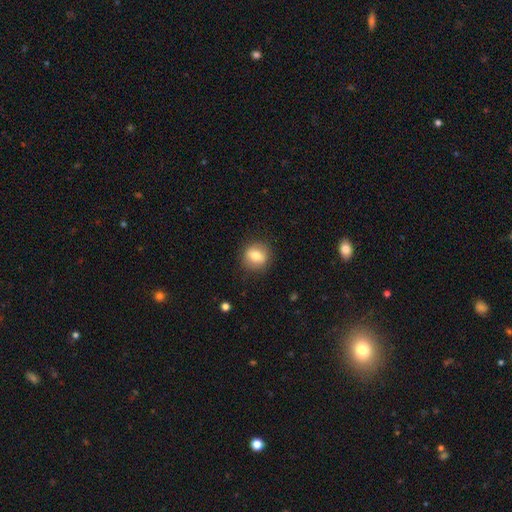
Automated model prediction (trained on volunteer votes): Overall: smooth (70%). How rounded: round (85%). Merging: none (87%).